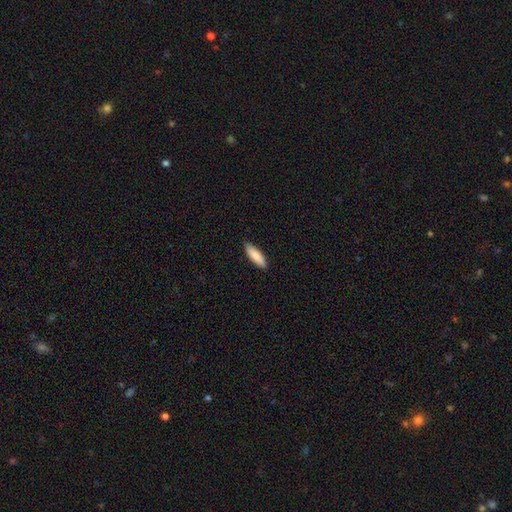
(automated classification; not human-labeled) Smooth or featured?
  - smooth: 88% *
  - featured or disk: 7%
  - star or artifact: 6%
How rounded?
  - cigar-shaped: 52% *
  - in between: 47%
  - round: 1%
Merging?
  - none: 88% *
  - minor disturbance: 10%
  - major disturbance: 2%
  - merger: 1%